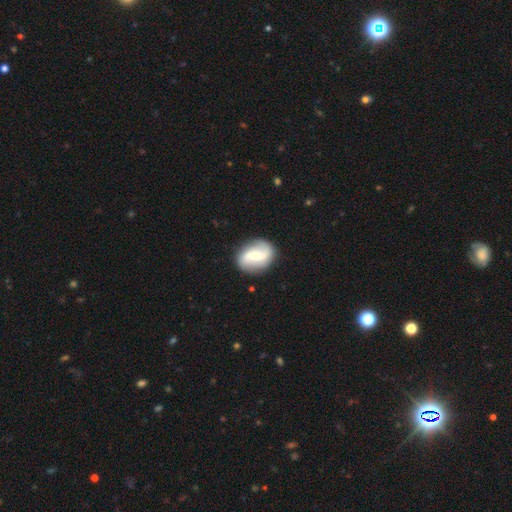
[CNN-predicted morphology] A featured or disk galaxy (70%) with a weak bar (43%), 2 (91%) loose (59%) spiral arms (93%) and a small central bulge (46%).

Vote fractions:
- Smooth or featured? featured or disk: 70% / smooth: 24% / star or artifact: 6%
- Edge-on disk? no: 98% / yes: 2%
- Bar? weak: 43% / no: 33% / strong: 24%
- Spiral arms? yes: 93% / no: 7%
- Spiral winding? loose: 59% / medium: 30% / tight: 11%
- Spiral arm count? 2: 91% / can't tell: 3% / 1: 2% / 3: 1% / 4: 1% / more than 4: 1%
- Bulge size? small: 46% / moderate: 35% / none: 10% / large: 7% / dominant: 2%
- Merging? none: 83% / minor disturbance: 11% / major disturbance: 4% / merger: 1%